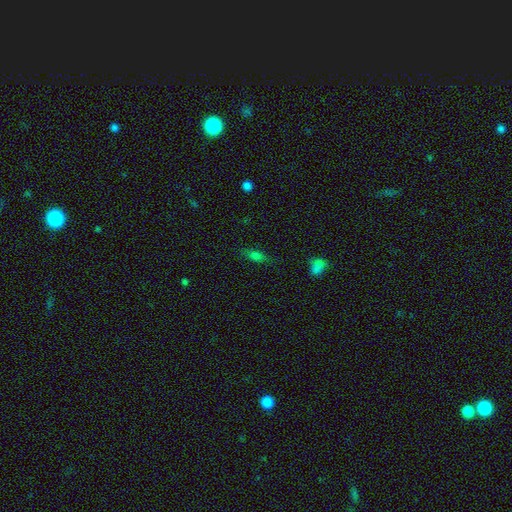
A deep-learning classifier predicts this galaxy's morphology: This appears to be a smooth galaxy with no disk features (65%) that is in between round and cigar-shaped (69%). Merging: none (76%).